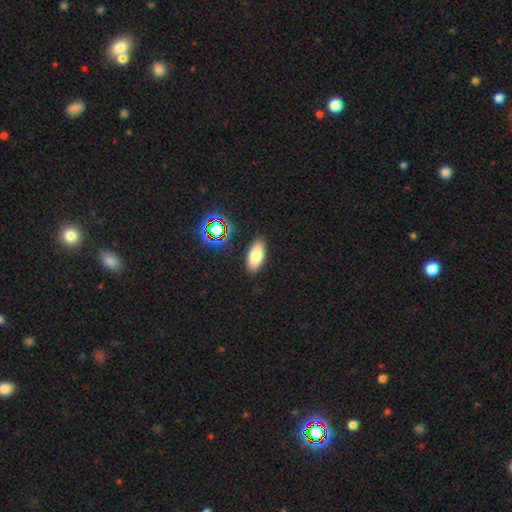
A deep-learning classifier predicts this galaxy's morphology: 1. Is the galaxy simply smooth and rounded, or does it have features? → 76% smooth, 12% featured or disk, 12% star or artifact.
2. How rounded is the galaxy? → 86% in between, 11% cigar-shaped, 4% round.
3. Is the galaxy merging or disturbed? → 87% none, 9% minor disturbance, 2% major disturbance, 2% merger.